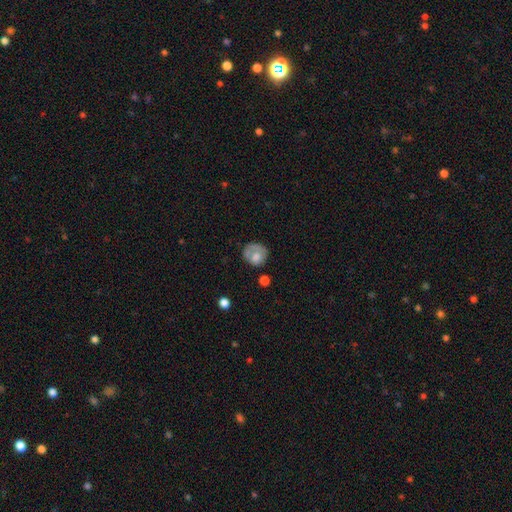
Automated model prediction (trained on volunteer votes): Smooth or featured? Predicted: smooth (p=0.64). How rounded? Predicted: round (p=0.75). Merging? Predicted: none (p=0.49).